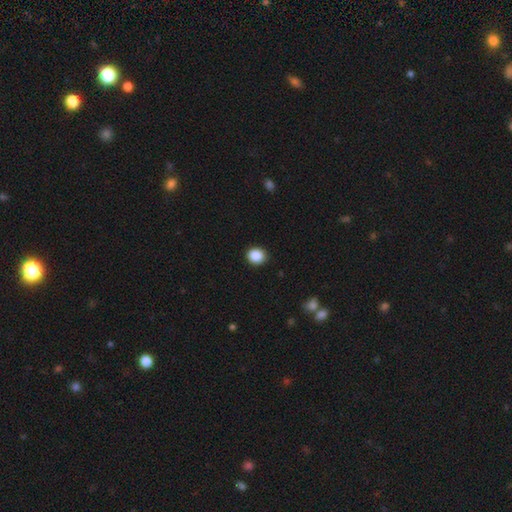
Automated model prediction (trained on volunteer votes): Smooth or featured?
  - smooth: 88% *
  - star or artifact: 9%
  - featured or disk: 3%
How rounded?
  - round: 78% *
  - in between: 21%
  - cigar-shaped: 1%
Merging?
  - none: 91% *
  - minor disturbance: 6%
  - major disturbance: 2%
  - merger: 1%